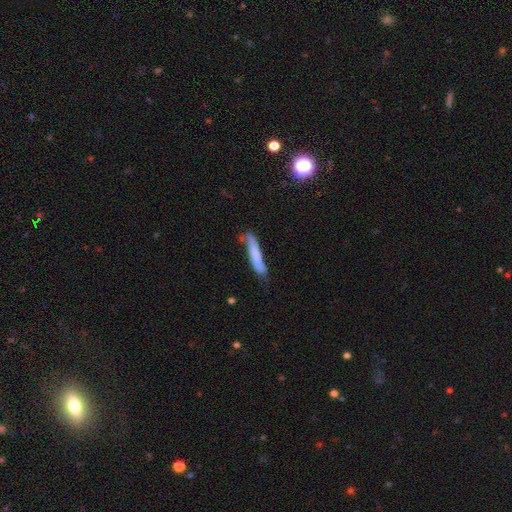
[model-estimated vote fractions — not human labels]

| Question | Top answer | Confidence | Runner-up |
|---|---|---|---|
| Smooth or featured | smooth | 60% | featured or disk (34%) |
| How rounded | cigar-shaped | 91% | in between (7%) |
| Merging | none | 56% | minor disturbance (30%) |